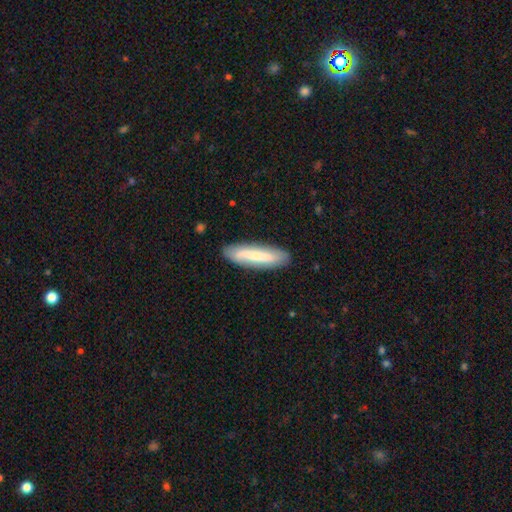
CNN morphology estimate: Q: Smooth or featured?
A: smooth (61%); runner-up: featured or disk (33%)
Q: How rounded?
A: cigar-shaped (73%); runner-up: in between (25%)
Q: Merging?
A: none (85%); runner-up: minor disturbance (11%)